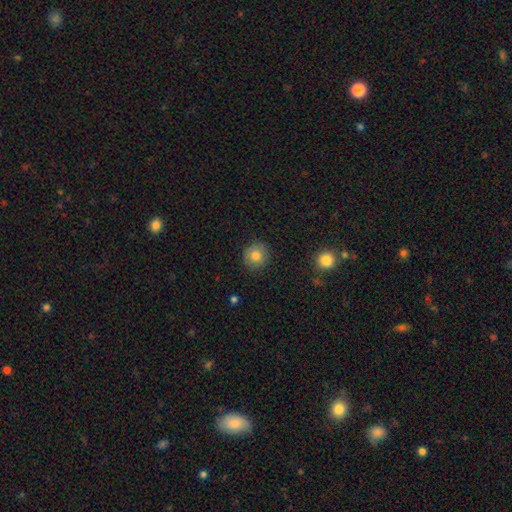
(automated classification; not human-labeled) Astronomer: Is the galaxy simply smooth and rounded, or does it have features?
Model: smooth — 78%.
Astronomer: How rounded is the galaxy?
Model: round — 89%.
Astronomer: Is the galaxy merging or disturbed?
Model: none — 88%.